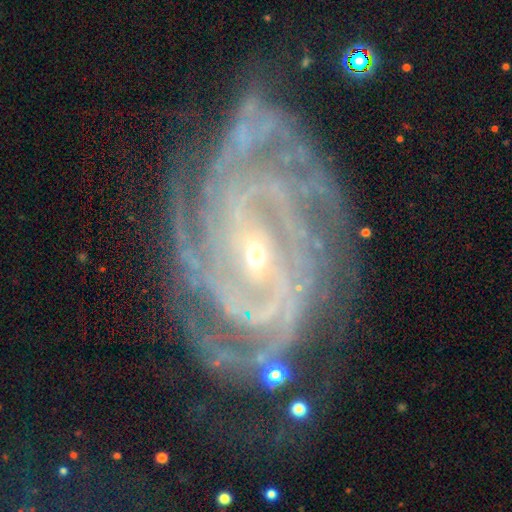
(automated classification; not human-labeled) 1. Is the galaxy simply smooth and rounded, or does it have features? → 92% featured or disk, 5% star or artifact, 3% smooth.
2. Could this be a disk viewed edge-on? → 97% no, 3% yes.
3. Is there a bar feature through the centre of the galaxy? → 37% no (tied), 37% weak (tied), 26% strong.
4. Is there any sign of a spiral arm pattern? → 98% yes, 2% no.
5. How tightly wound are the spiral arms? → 73% tight, 23% medium, 4% loose.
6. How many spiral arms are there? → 25% 4, 22% 3, 17% 2, 14% can't tell, 14% more than 4, 8% 1.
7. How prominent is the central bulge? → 80% small, 17% moderate, 1% none, 1% large, 1% dominant.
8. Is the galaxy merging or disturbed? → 70% none, 19% minor disturbance, 8% major disturbance, 3% merger.